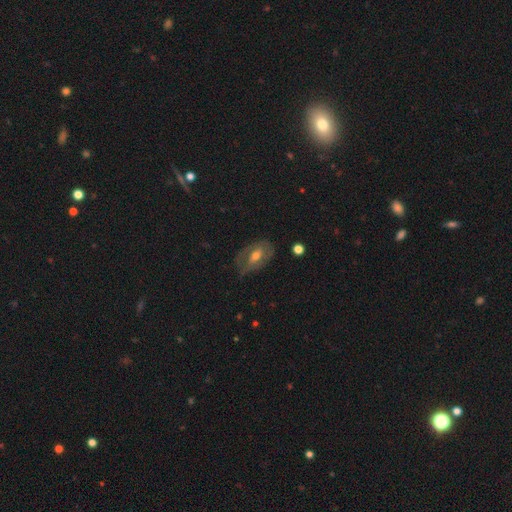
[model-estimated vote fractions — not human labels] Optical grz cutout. It shows a featured or disk galaxy (62%) with no bar (41%), spiral arms (57%) and a moderate central bulge (64%). Merging: none (65%).